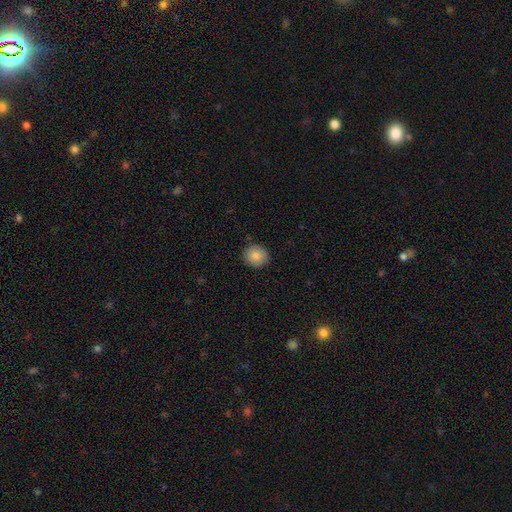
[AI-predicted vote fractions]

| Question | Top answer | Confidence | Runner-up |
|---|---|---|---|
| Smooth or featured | smooth | 86% | star or artifact (8%) |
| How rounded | round | 85% | in between (14%) |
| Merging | none | 88% | minor disturbance (9%) |